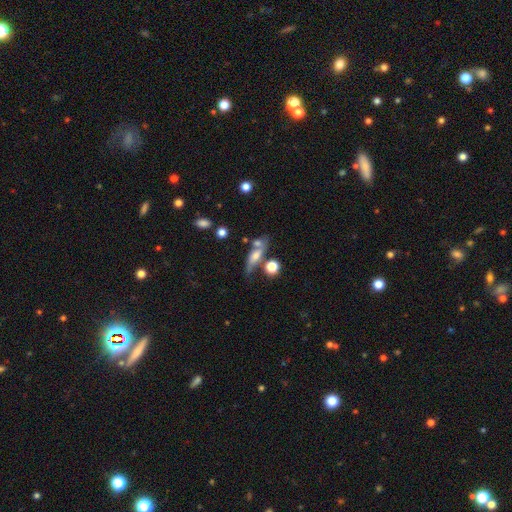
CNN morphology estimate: Smooth or featured? Predicted: smooth (p=0.49). Merging? Predicted: none (p=0.46).